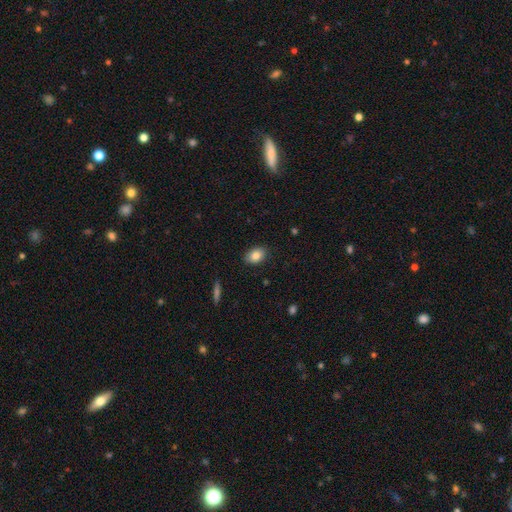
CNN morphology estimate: Smooth or featured?
  - smooth: 84% *
  - star or artifact: 8%
  - featured or disk: 8%
How rounded?
  - in between: 84% *
  - round: 15%
  - cigar-shaped: 1%
Merging?
  - none: 87% *
  - minor disturbance: 10%
  - major disturbance: 2%
  - merger: 1%